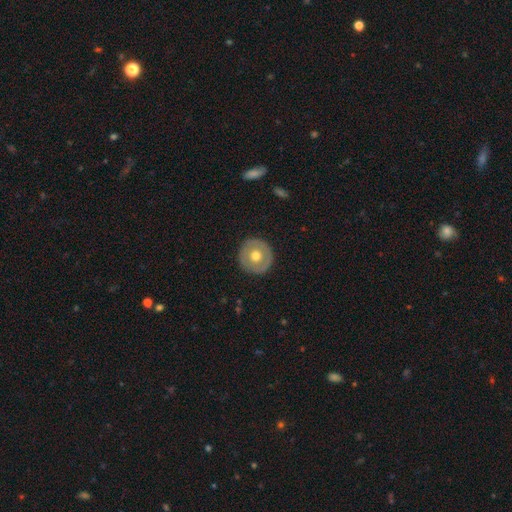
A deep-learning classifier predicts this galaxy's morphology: A smooth galaxy with no disk features (55%) that is round (95%).

Vote fractions:
- Smooth or featured? smooth: 55% / featured or disk: 39% / star or artifact: 6%
- How rounded? round: 95% / in between: 4% / cigar-shaped: 1%
- Merging? none: 90% / minor disturbance: 7% / major disturbance: 2% / merger: 1%